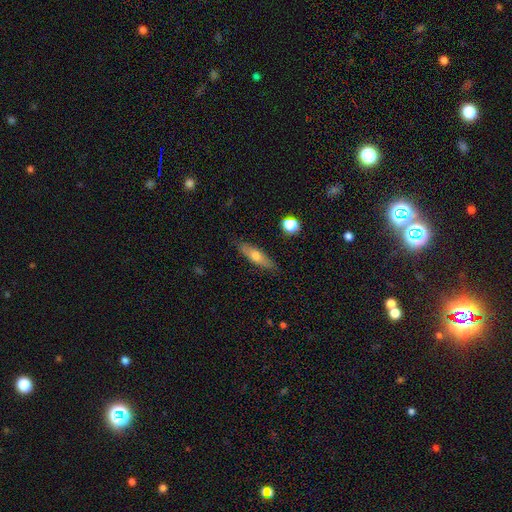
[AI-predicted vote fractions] Overall: smooth (54%; featured or disk 39%). How rounded: cigar-shaped (60%; in between 37%). Merging: none (85%).